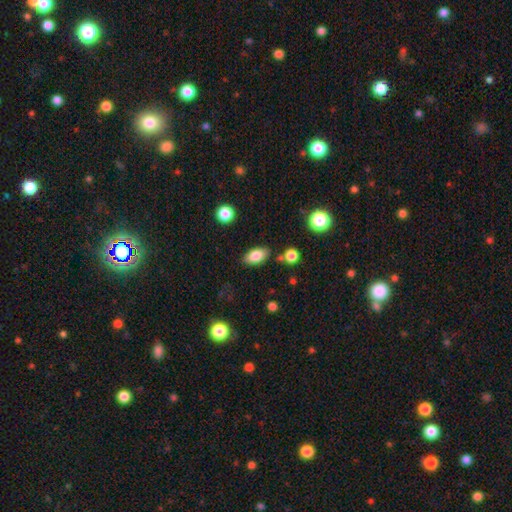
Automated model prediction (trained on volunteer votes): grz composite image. It shows a smooth galaxy with no disk features (82%) that is in between round and cigar-shaped (90%). Merging: none (81%).